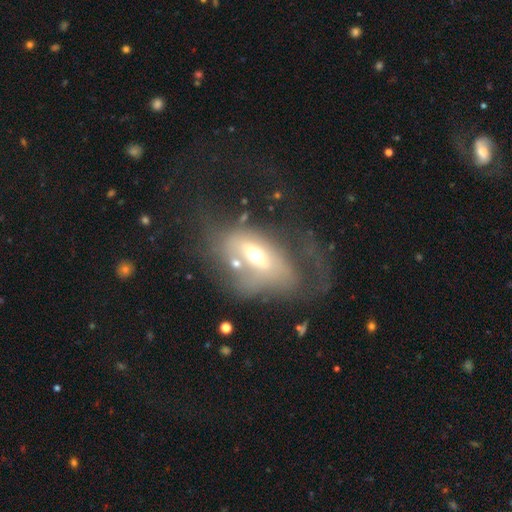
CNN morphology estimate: Overall: featured or disk (48%; smooth 41%). Merging: major disturbance (49%; none 21%).